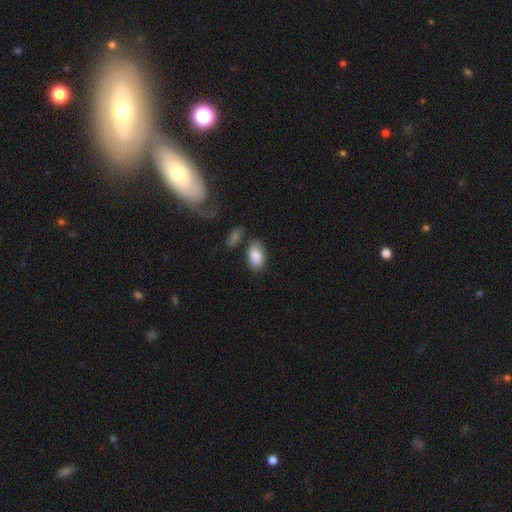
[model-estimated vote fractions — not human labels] Q: Smooth or featured?
A: smooth (85%); runner-up: featured or disk (9%)
Q: How rounded?
A: in between (92%); runner-up: round (6%)
Q: Merging?
A: none (71%); runner-up: minor disturbance (16%)